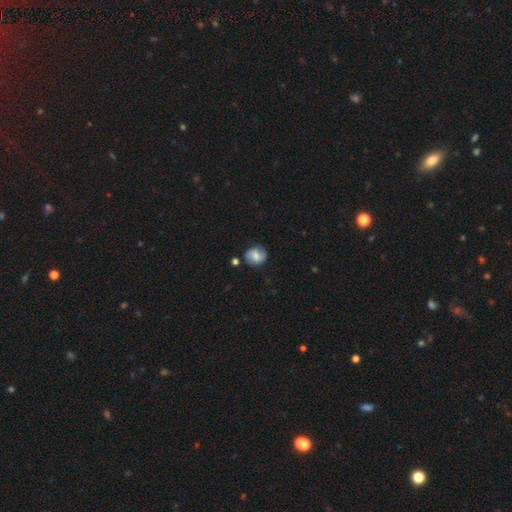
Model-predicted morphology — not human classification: A smooth galaxy with no disk features (52%) that is round (78%).

Vote fractions:
- Smooth or featured? smooth: 52% / featured or disk: 39% / star or artifact: 9%
- How rounded? round: 78% / in between: 21% / cigar-shaped: 1%
- Merging? none: 78% / minor disturbance: 14% / merger: 4% / major disturbance: 4%